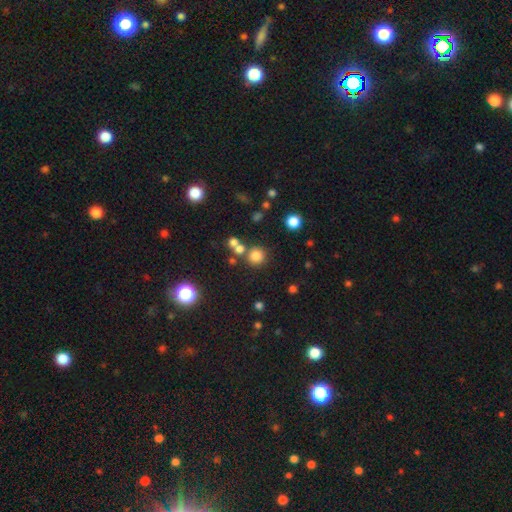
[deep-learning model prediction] This appears to be a smooth galaxy with no disk features (77%) that is round (93%). Merging: none (75%).